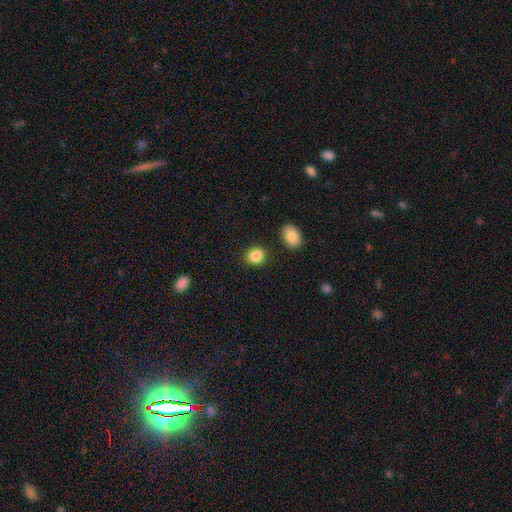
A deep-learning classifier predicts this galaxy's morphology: This appears to be a smooth galaxy with no disk features (87%) that is round (71%). Merging: none (84%).